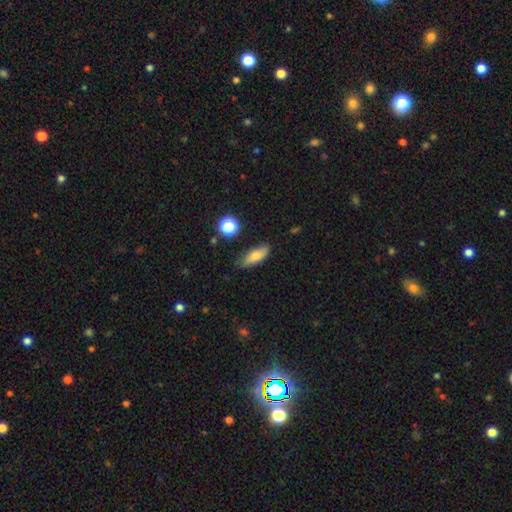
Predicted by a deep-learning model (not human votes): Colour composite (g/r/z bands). It shows a smooth galaxy with no disk features (75%) that is in between round and cigar-shaped (68%). Merging: none (75%).